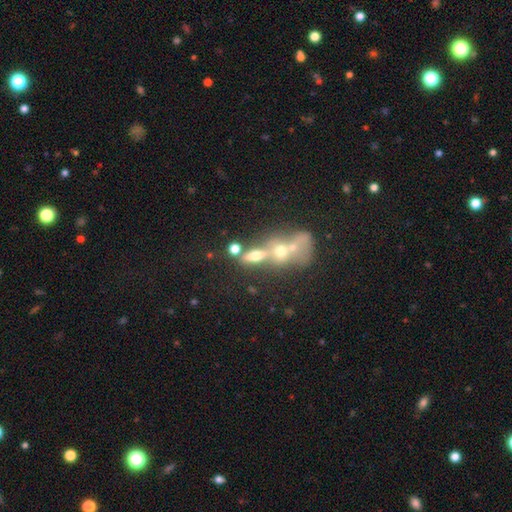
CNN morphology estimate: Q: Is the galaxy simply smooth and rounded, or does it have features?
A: smooth — 52%.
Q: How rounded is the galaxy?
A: in between — 57%.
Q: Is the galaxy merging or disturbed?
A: merger — 57%.